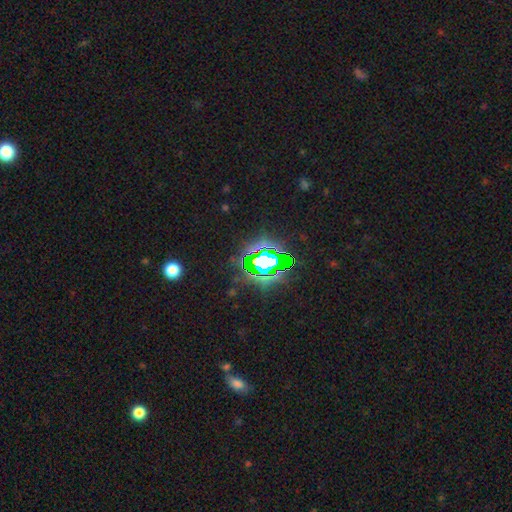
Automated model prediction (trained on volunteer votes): star or artifact 79%, smooth 12%, featured or disk 10%.